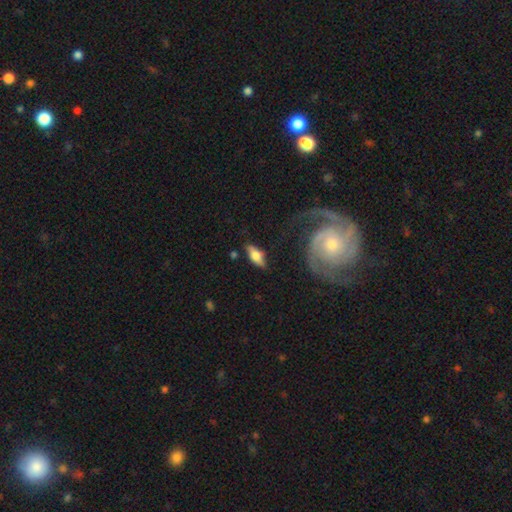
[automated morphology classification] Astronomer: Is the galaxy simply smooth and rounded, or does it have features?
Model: featured or disk — 47% (runner-up: smooth, 46%).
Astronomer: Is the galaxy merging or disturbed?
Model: none — 76%.